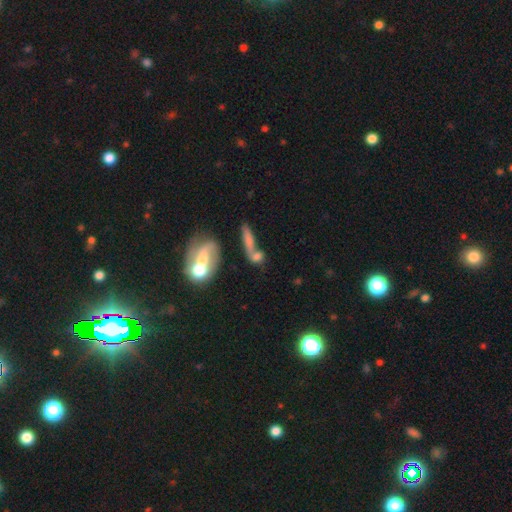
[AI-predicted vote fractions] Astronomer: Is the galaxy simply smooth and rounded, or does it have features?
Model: smooth — 58%.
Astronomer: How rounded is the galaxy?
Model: cigar-shaped — 43% (runner-up: in between, 38%).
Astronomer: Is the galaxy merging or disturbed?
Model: merger — 43% (runner-up: none, 33%).